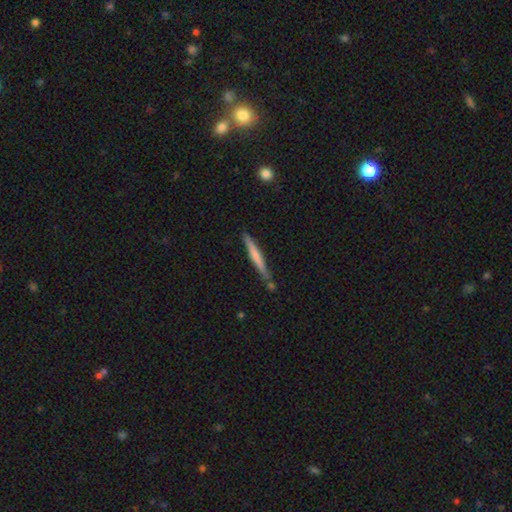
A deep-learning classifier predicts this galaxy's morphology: Smooth or featured? smooth (57%)
How rounded? cigar-shaped (96%)
Merging? none (81%)